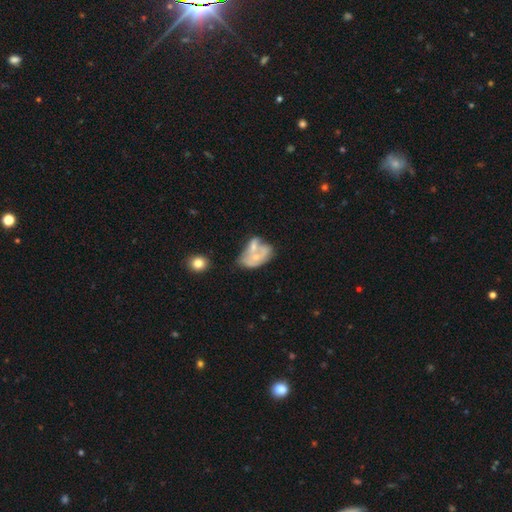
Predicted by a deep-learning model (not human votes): This appears to be a featured or disk galaxy (54%) with no bar (84%), no spiral arms (72%) and a small central bulge (50%). Merging: merger (50%).